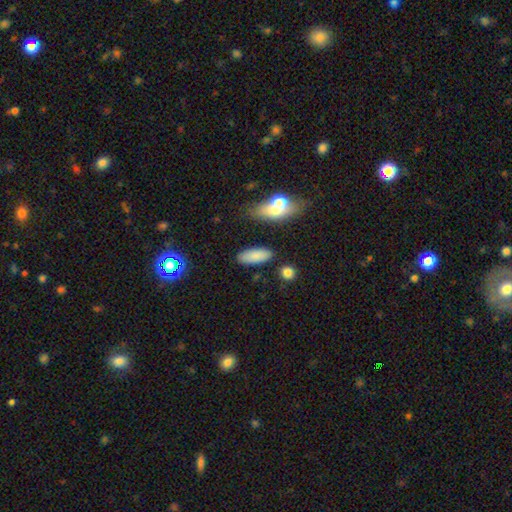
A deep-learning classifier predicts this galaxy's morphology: Smooth or featured? Predicted: smooth (p=0.85). How rounded? Predicted: in between (p=0.77). Merging? Predicted: none (p=0.82).